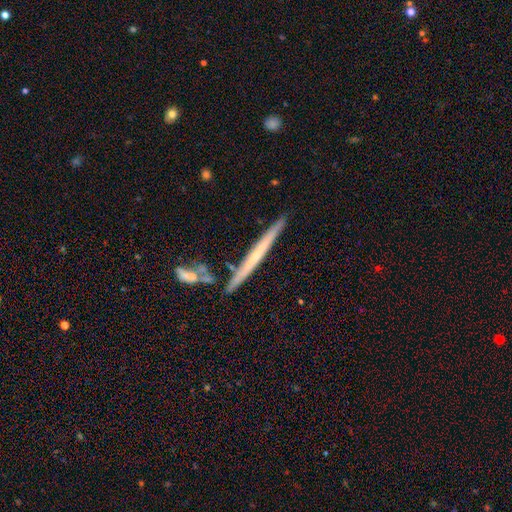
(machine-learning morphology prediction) A featured or disk galaxy (55%) viewed edge-on (96%) with no central bulge (76%).

Vote fractions:
- Smooth or featured? featured or disk: 55% / smooth: 39% / star or artifact: 7%
- Edge-on disk? yes: 96% / no: 4%
- Edge-on bulge? none: 76% / rounded: 19% / boxy: 5%
- Merging? none: 81% / minor disturbance: 10% / merger: 7% / major disturbance: 2%